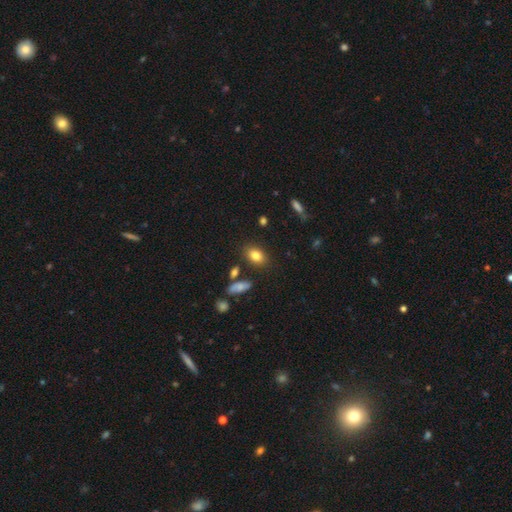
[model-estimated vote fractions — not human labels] This appears to be a smooth galaxy with no disk features (82%) that is in between round and cigar-shaped (79%). Merging: none (82%).